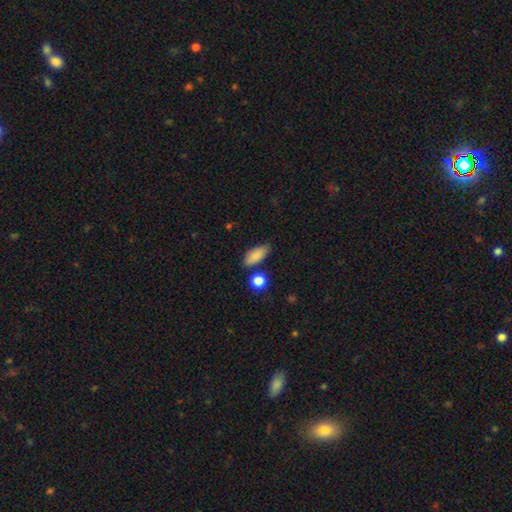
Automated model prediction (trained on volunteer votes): Smooth or featured? smooth (87%)
How rounded? in between (80%)
Merging? none (77%)